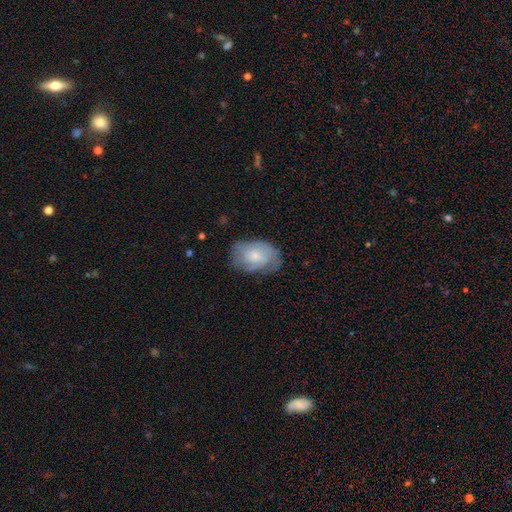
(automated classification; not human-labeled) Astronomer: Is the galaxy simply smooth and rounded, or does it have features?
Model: smooth — 54% (runner-up: featured or disk, 38%).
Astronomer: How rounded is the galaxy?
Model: in between — 83%.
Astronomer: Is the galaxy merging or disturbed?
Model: none — 58%.